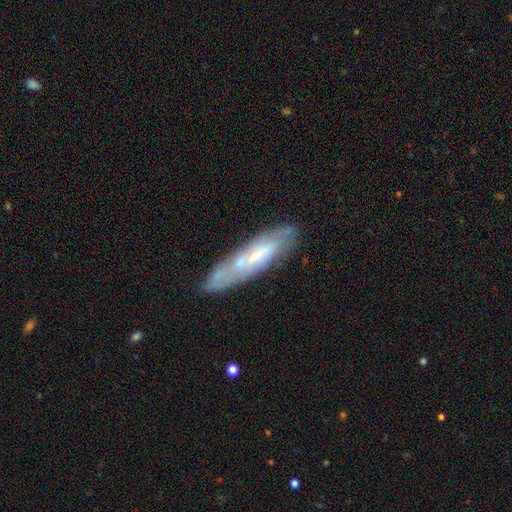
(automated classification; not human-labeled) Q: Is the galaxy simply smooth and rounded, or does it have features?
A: featured or disk — 55%.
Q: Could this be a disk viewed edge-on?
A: no — 60%.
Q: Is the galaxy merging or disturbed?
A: none — 71%.